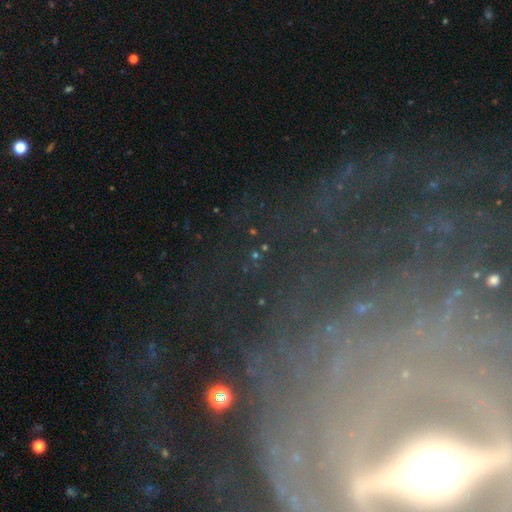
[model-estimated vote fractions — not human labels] Smooth or featured? star or artifact (64%)